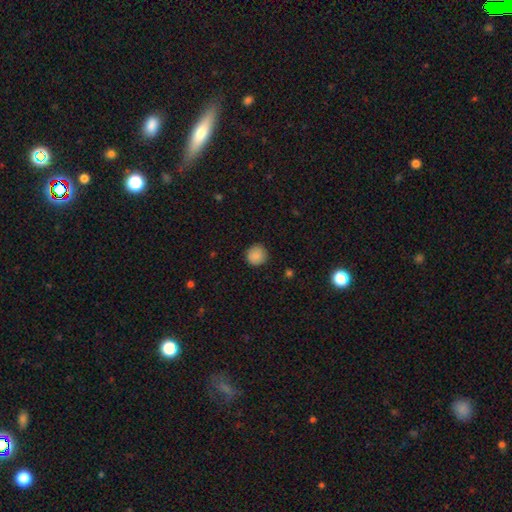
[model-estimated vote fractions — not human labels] Q: Smooth or featured?
A: smooth (86%); runner-up: star or artifact (9%)
Q: How rounded?
A: round (94%); runner-up: in between (5%)
Q: Merging?
A: none (88%); runner-up: minor disturbance (9%)